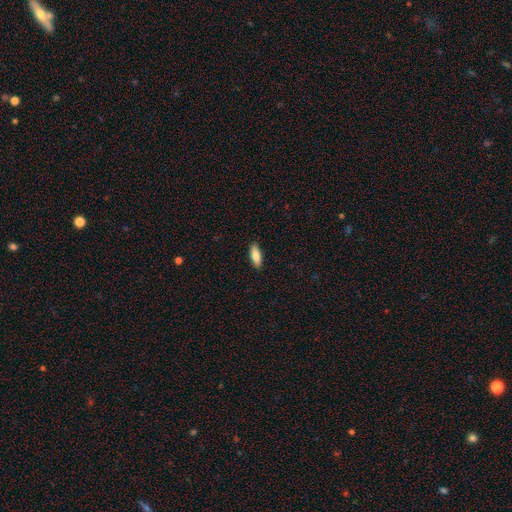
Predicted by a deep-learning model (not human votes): A smooth galaxy with no disk features (86%) that is in between round and cigar-shaped (69%). Merging: none (89%).